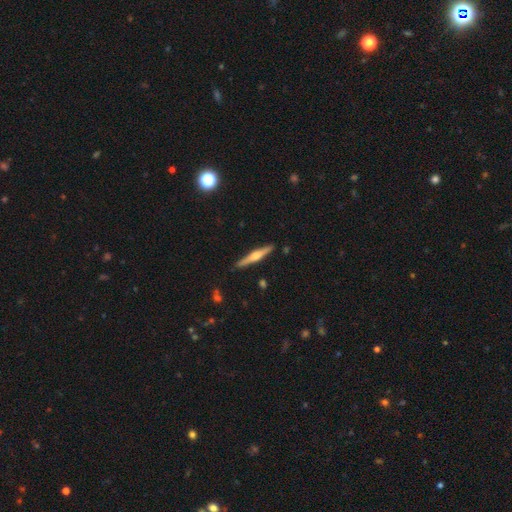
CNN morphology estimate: This appears to be a featured or disk galaxy (68%) viewed edge-on (98%) with a rounded central bulge (87%). Merging: none (90%).